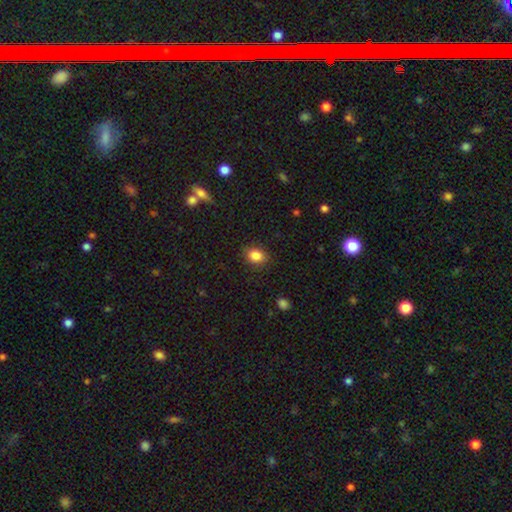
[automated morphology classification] A smooth galaxy with no disk features (86%) that is in between round and cigar-shaped (60%). Merging: none (85%).